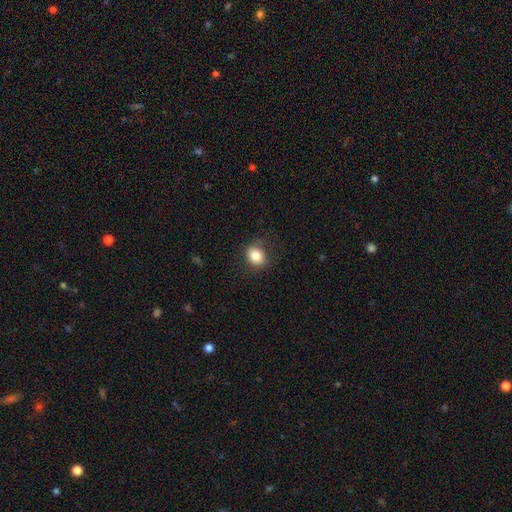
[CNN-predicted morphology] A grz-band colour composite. It shows a smooth galaxy with no disk features (83%) that is round (62%). Merging: none (76%).